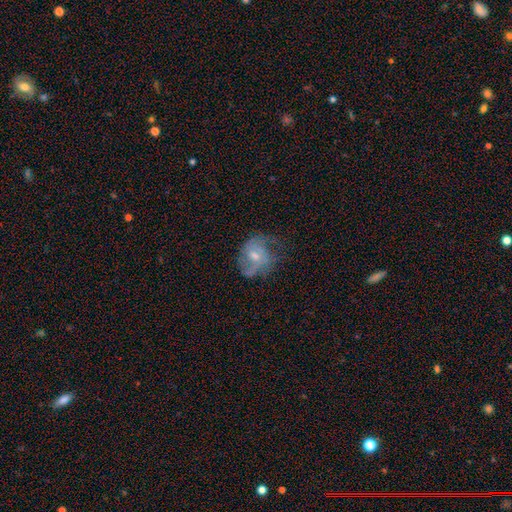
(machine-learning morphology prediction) This is likely a featured or disk galaxy (62%). It is clearly not viewed edge-on (97%). Bar: possibly no (50%). Spiral arm pattern: likely yes (78%). Central bulge: possibly moderate (53%). Merging: possibly none (47%).